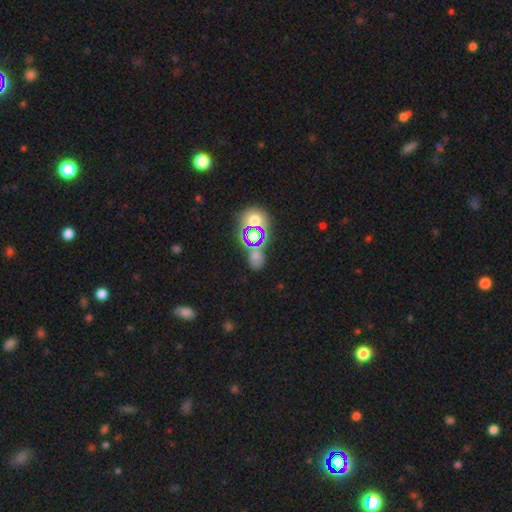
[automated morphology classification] type=star or artifact (56%).